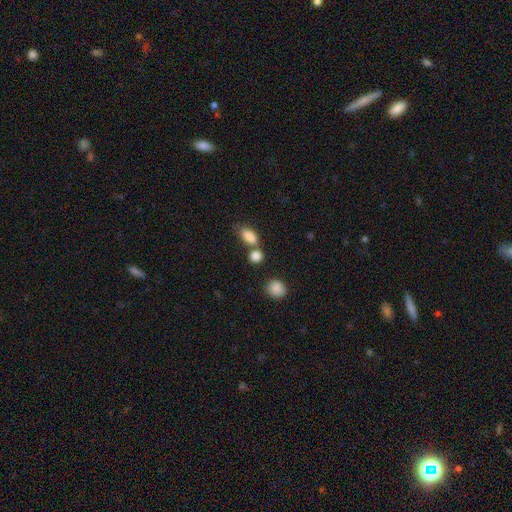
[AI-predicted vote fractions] Smooth or featured? smooth (86%)
How rounded? in between (61%)
Merging? none (49%)